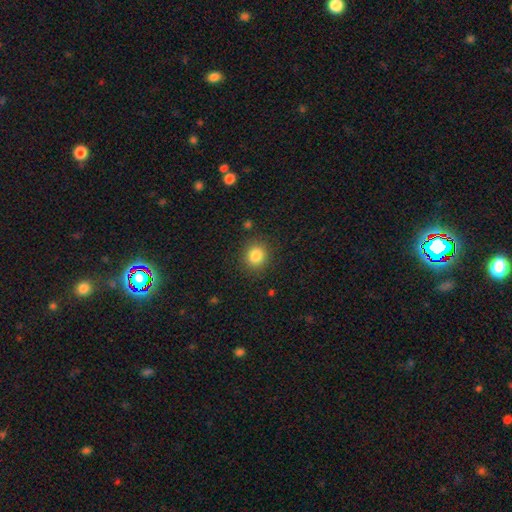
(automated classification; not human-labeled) A smooth galaxy with no disk features (84%) that is round (79%). Merging: none (87%).